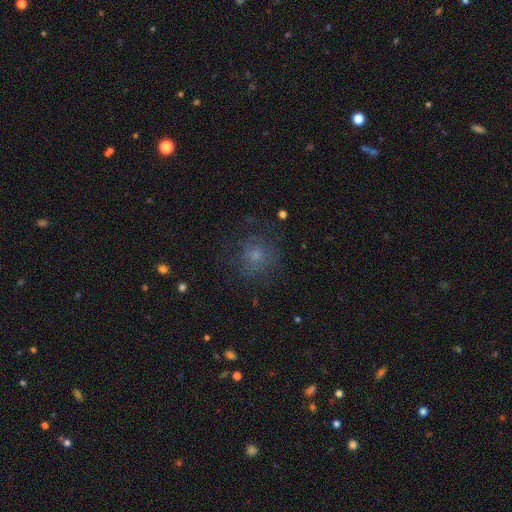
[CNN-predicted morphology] Smooth or featured? smooth (56%)
How rounded? round (84%)
Merging? none (68%)